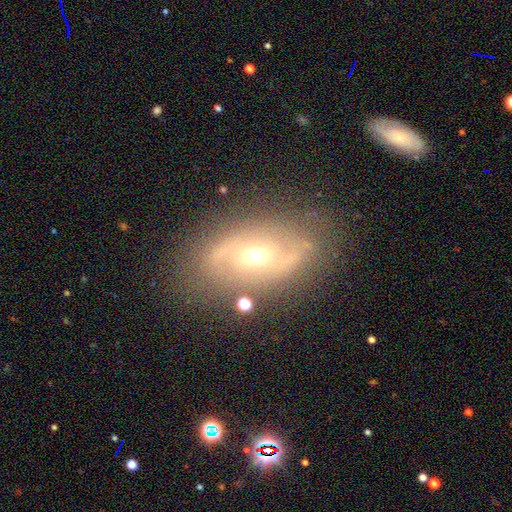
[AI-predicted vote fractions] smooth_or_featured: featured or disk (p=0.76) [alt: smooth p=0.15]
disk_edge_on: no (p=0.93) [alt: yes p=0.07]
bar: no (p=0.44) [alt: weak p=0.40]
has_spiral_arms: yes (p=0.83) [alt: no p=0.17]
spiral_winding: medium (p=0.43) [alt: loose p=0.33]
spiral_arm_count: 2 (p=0.84) [alt: can't tell p=0.09]
bulge_size: moderate (p=0.64) [alt: small p=0.30]
merging: none (p=0.77) [alt: minor disturbance p=0.14]